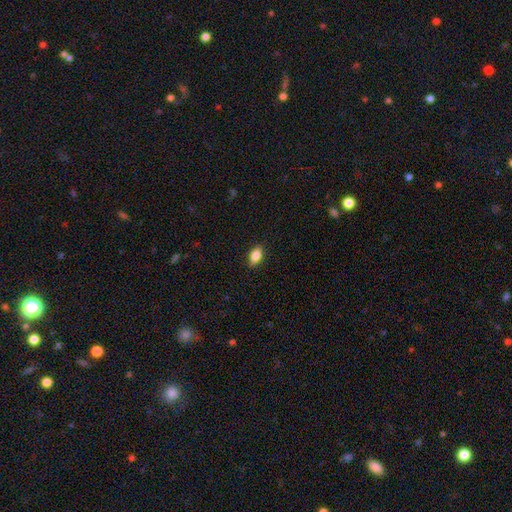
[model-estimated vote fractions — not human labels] Smooth or featured?
  - smooth: 85% *
  - star or artifact: 8%
  - featured or disk: 8%
How rounded?
  - in between: 89% *
  - round: 7%
  - cigar-shaped: 4%
Merging?
  - none: 89% *
  - minor disturbance: 8%
  - major disturbance: 2%
  - merger: 1%